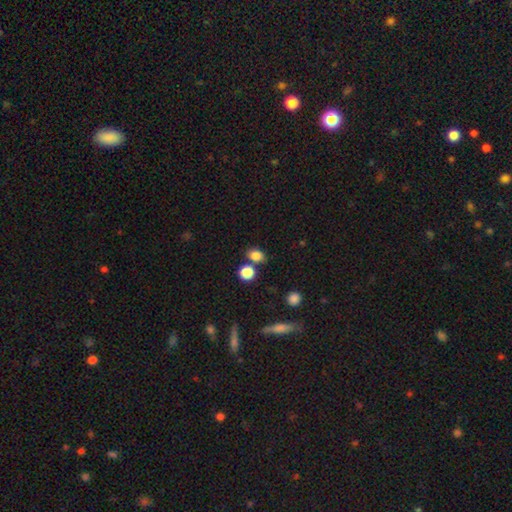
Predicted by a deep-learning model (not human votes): Smooth or featured: smooth — 83% (star or artifact — 12%)
How rounded: in between — 57% (round — 42%)
Merging: none — 66% (merger — 19%)